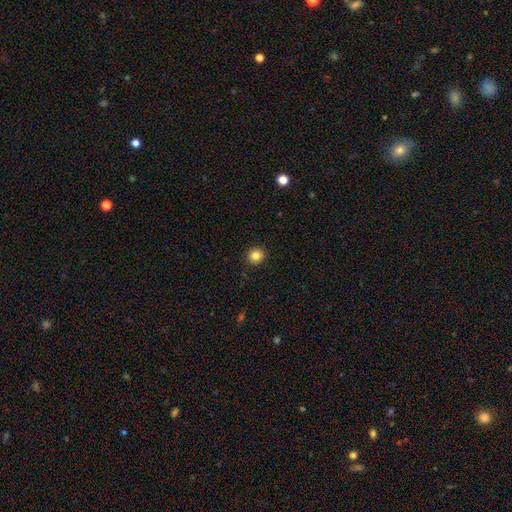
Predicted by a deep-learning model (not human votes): Smooth or featured? smooth (84%)
How rounded? round (93%)
Merging? none (92%)